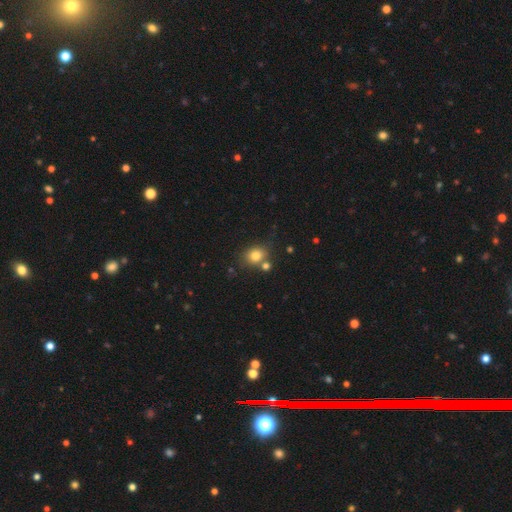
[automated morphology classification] The model was most divided on "how rounded": round: 61%, in between: 38%, cigar-shaped: 1%. More confident: smooth or featured — smooth (80%); merging — none (65%).